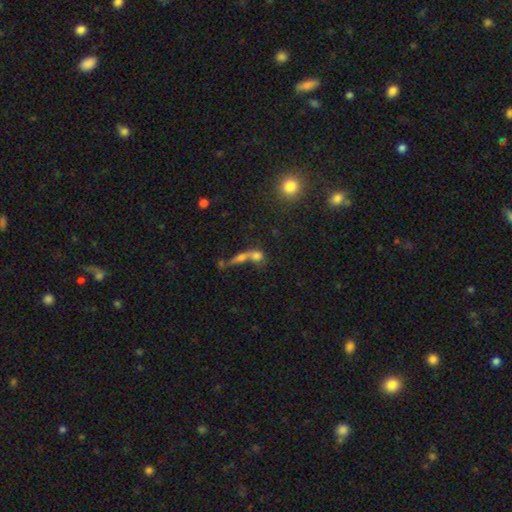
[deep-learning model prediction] Overall: smooth (61%; featured or disk 21%). How rounded: round (46%; in between 39%). Merging: merger (56%; none 28%).